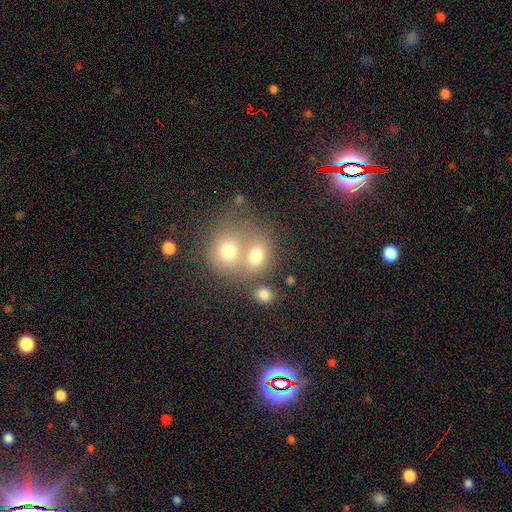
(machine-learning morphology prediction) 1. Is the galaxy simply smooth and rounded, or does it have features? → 72% smooth, 15% featured or disk, 14% star or artifact.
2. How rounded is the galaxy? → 63% round, 36% in between, 1% cigar-shaped.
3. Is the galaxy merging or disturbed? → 55% merger, 32% none, 8% minor disturbance, 5% major disturbance.